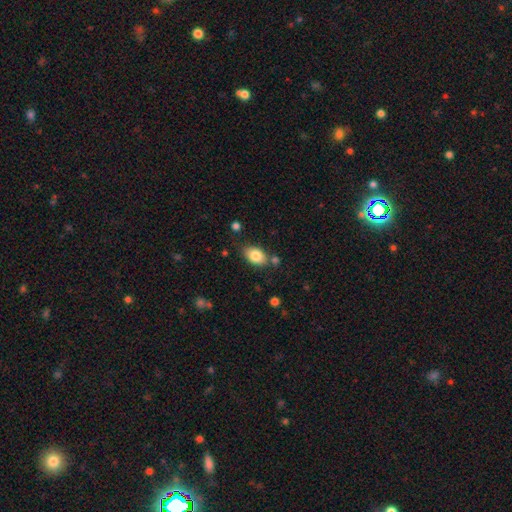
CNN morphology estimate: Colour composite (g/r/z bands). It shows a smooth galaxy with no disk features (84%) that is in between round and cigar-shaped (86%). Merging: none (72%).